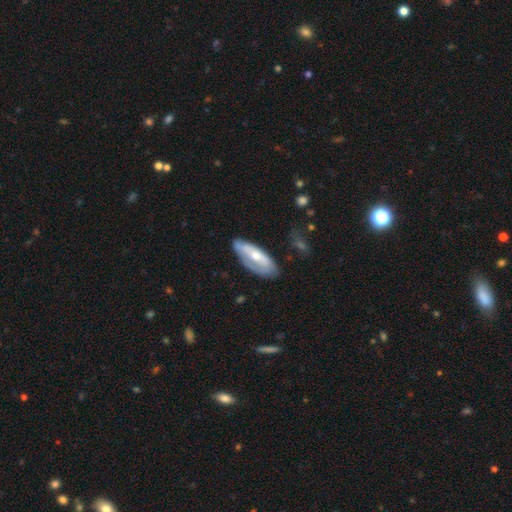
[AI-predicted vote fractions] Morphology: type=featured or disk (53%); edge-on=no (82%); merging=none (60%).